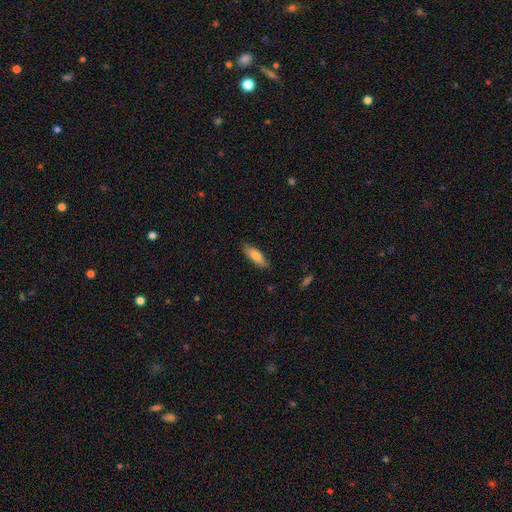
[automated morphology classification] A smooth galaxy with no disk features (77%) that is cigar-shaped (49%, tied with in between). Merging: none (85%).